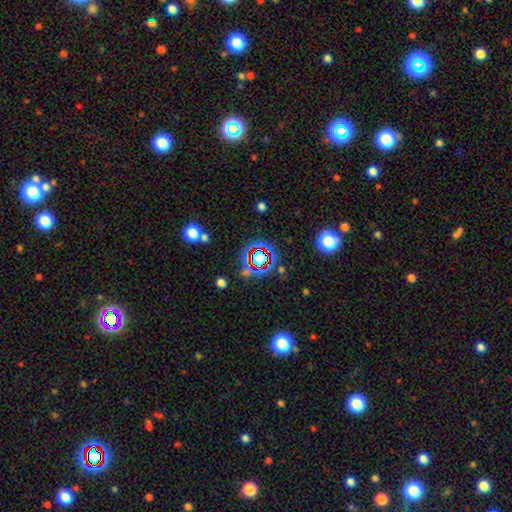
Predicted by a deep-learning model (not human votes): Smooth or featured? star or artifact (63%)